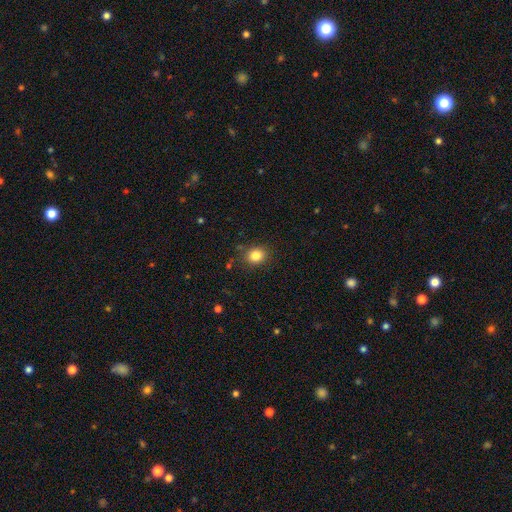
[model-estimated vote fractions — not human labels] Smooth or featured? Predicted: smooth (p=0.84). How rounded? Predicted: round (p=0.67). Merging? Predicted: none (p=0.86).